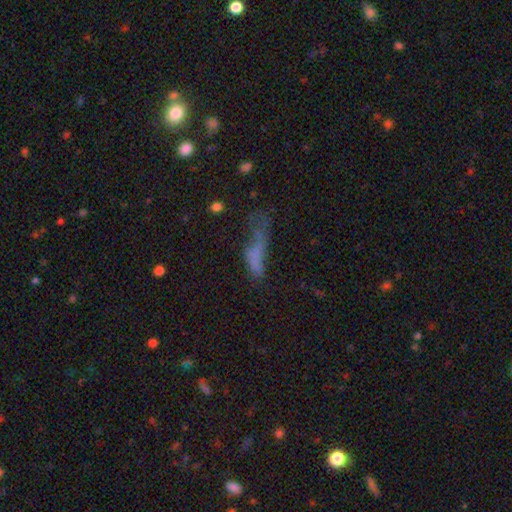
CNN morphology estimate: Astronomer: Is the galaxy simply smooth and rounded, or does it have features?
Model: smooth — 53%.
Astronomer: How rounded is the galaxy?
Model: cigar-shaped — 48% (runner-up: in between, 47%).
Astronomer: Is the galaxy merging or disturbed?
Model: major disturbance — 45% (runner-up: none, 24%).